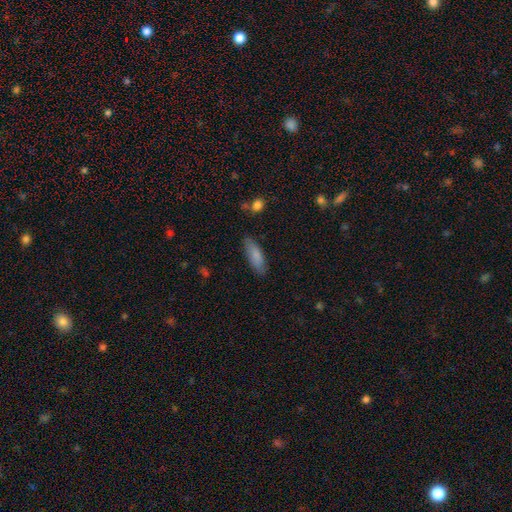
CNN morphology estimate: Smooth or featured: smooth — 84% (featured or disk — 10%)
How rounded: in between — 58% (cigar-shaped — 41%)
Merging: none — 80% (minor disturbance — 15%)